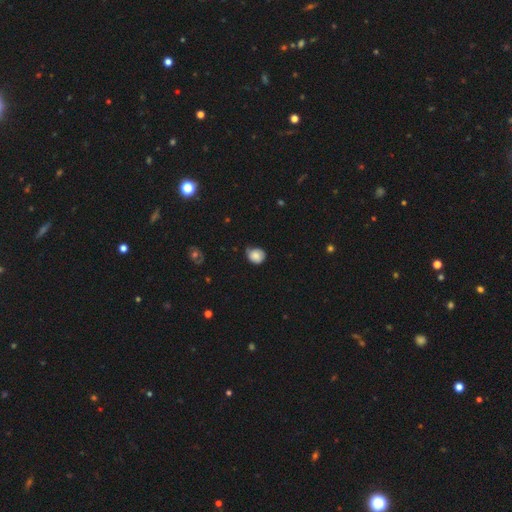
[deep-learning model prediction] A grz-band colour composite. It shows a smooth galaxy with no disk features (79%) that is round (75%). Merging: none (61%).